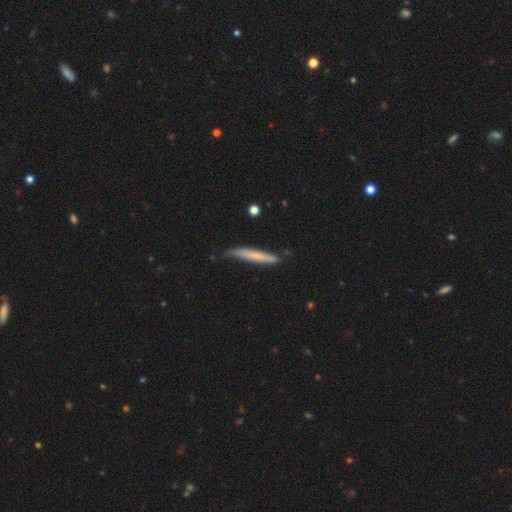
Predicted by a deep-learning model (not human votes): Morphology: type=smooth (60%); roundness=cigar-shaped (96%); merging=none (67%).